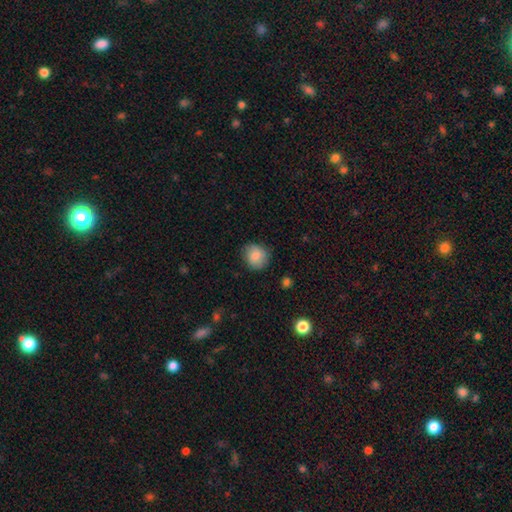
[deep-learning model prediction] The model was most divided on "how rounded": round: 82%, in between: 17%, cigar-shaped: 1%. More confident: smooth or featured — smooth (86%); merging — none (82%).